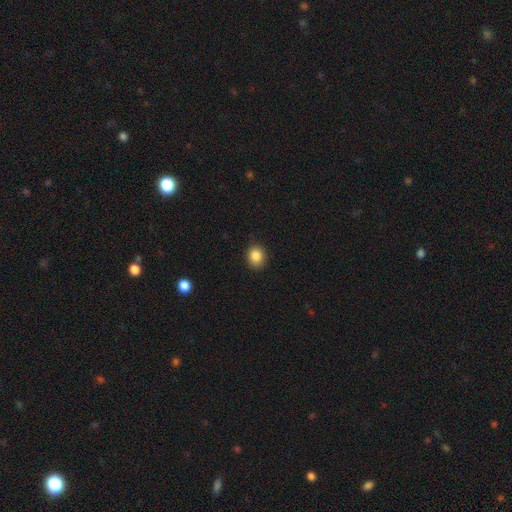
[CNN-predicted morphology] Smooth or featured?
  - smooth: 86% *
  - star or artifact: 10%
  - featured or disk: 4%
How rounded?
  - round: 71% *
  - in between: 28%
  - cigar-shaped: 1%
Merging?
  - none: 89% *
  - minor disturbance: 8%
  - major disturbance: 2%
  - merger: 1%